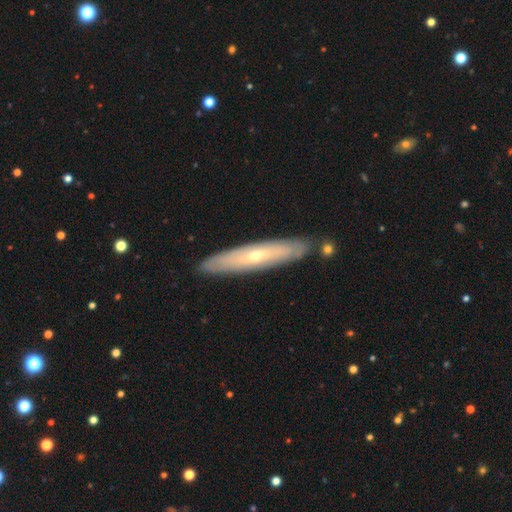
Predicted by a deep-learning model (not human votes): This is likely a featured or disk galaxy (63%). It is possibly viewed edge-on (60%). Merging: clearly none (86%).